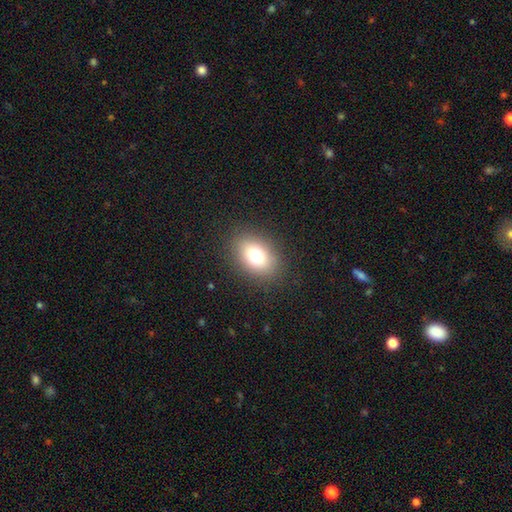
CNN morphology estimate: This appears to be a smooth galaxy with no disk features (75%) that is in between round and cigar-shaped (73%). Merging: none (86%).